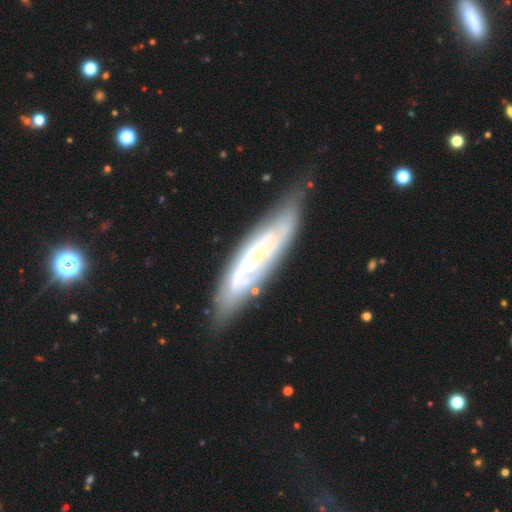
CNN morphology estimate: smooth_or_featured: featured or disk (p=0.72) [alt: smooth p=0.21]
disk_edge_on: no (p=0.70) [alt: yes p=0.30]
bar: no (p=0.64) [alt: weak p=0.25]
has_spiral_arms: yes (p=0.75) [alt: no p=0.25]
bulge_size: small (p=0.49) [alt: moderate p=0.30]
merging: none (p=0.65) [alt: minor disturbance p=0.23]